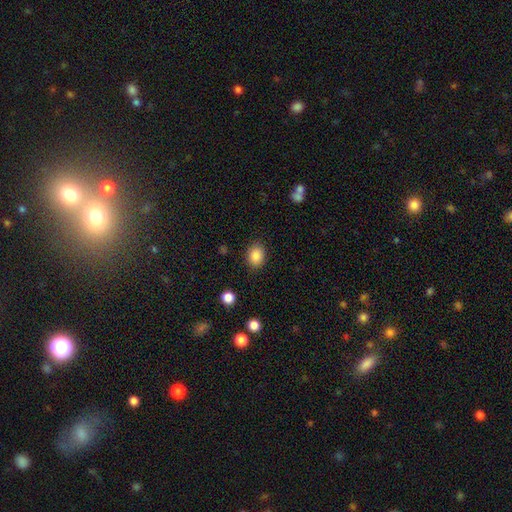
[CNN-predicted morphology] type=smooth (86%); roundness=in between (59%); merging=none (87%).